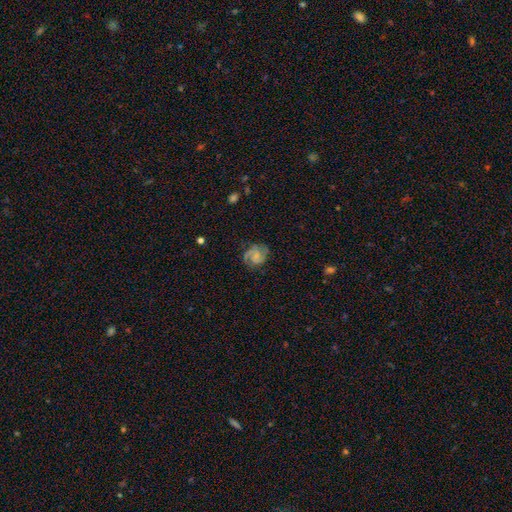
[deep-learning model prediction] Smooth or featured? featured or disk (74%)
Edge-on disk? no (98%)
Bar? no (45%)
Spiral arms? yes (94%)
Spiral winding? medium (50%)
Spiral arm count? 2 (79%)
Bulge size? none (43%)
Merging? none (72%)